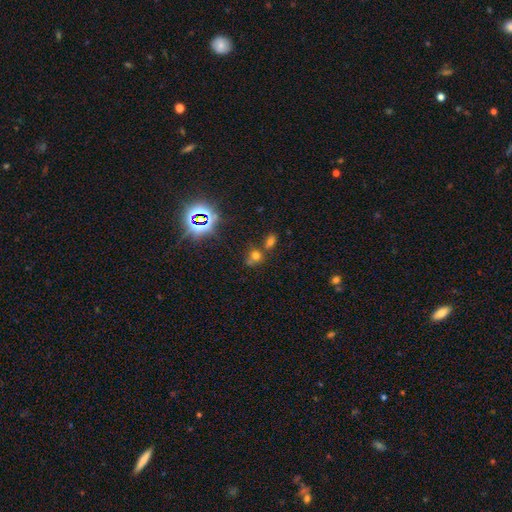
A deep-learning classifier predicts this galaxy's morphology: Smooth or featured: smooth — 56% (star or artifact — 33%)
How rounded: round — 60% (in between — 38%)
Merging: none — 47% (merger — 35%)